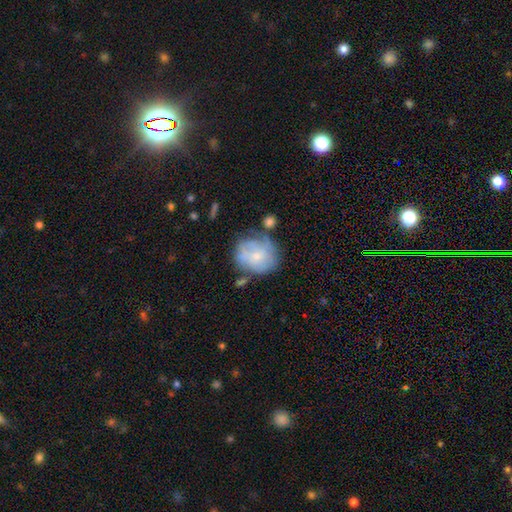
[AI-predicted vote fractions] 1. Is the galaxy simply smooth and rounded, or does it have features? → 50% smooth, 42% featured or disk, 8% star or artifact.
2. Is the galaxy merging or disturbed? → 50% none, 26% minor disturbance, 13% major disturbance, 10% merger.